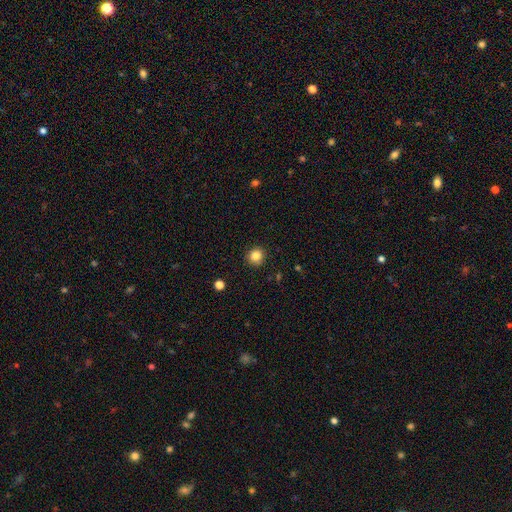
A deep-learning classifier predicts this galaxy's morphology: Smooth or featured: smooth — 84% (star or artifact — 11%)
How rounded: round — 92% (in between — 7%)
Merging: none — 91% (minor disturbance — 6%)